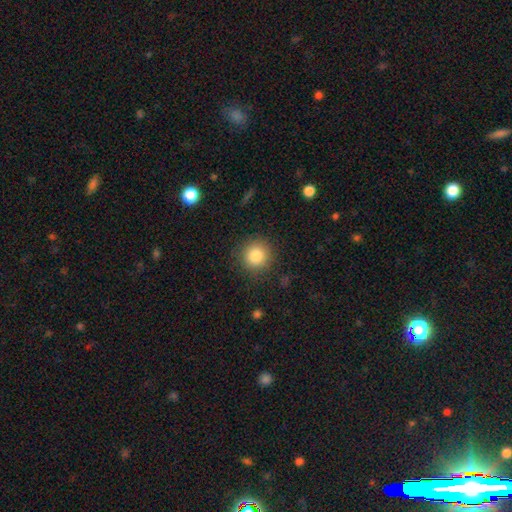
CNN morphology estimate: This appears to be a smooth galaxy with no disk features (84%) that is round (93%). Merging: none (88%).